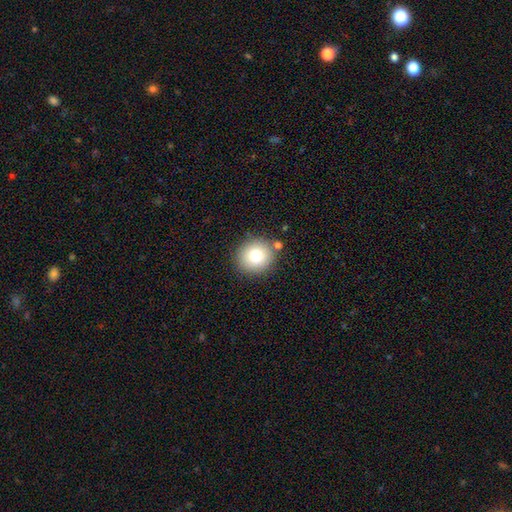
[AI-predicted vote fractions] This appears to be a smooth galaxy with no disk features (78%) that is round (88%). Merging: none (85%).